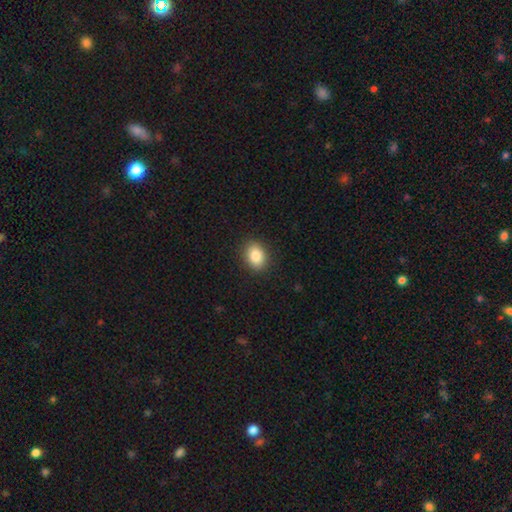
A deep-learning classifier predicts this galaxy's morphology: This appears to be a smooth galaxy with no disk features (86%) that is in between round and cigar-shaped (65%). Merging: none (89%).